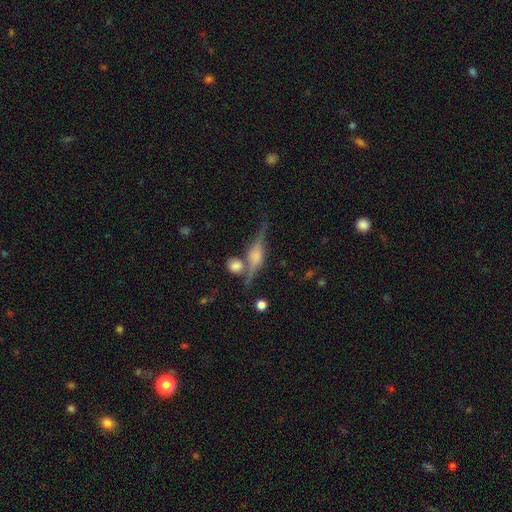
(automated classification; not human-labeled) This is likely a featured or disk galaxy (77%). It is clearly viewed edge-on (95%). Edge-on bulge: likely rounded (75%). Merging: likely none (71%).